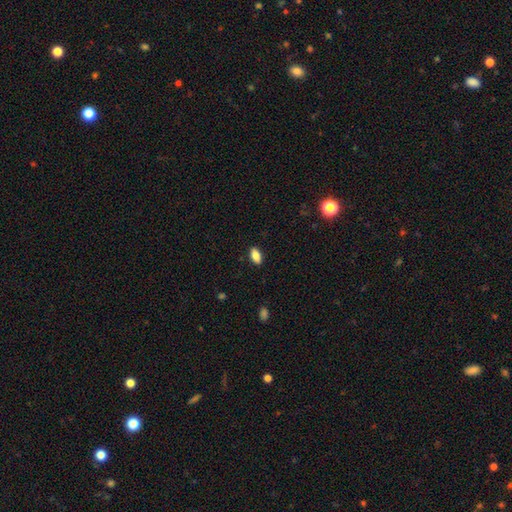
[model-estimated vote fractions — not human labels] Smooth or featured? smooth (85%)
How rounded? in between (89%)
Merging? none (89%)